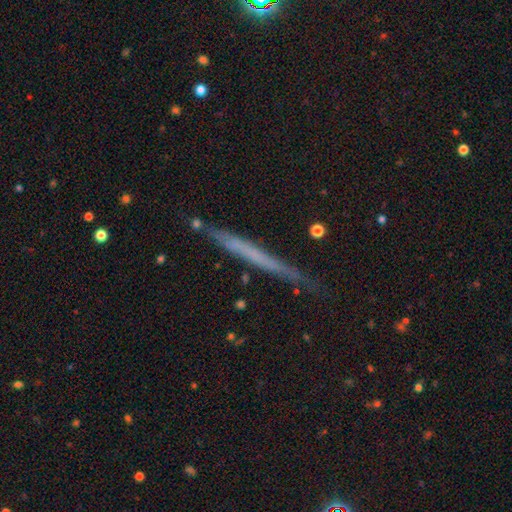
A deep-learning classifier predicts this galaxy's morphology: smooth_or_featured: featured or disk (p=0.49) [alt: smooth p=0.42]
merging: none (p=0.82) [alt: minor disturbance p=0.13]